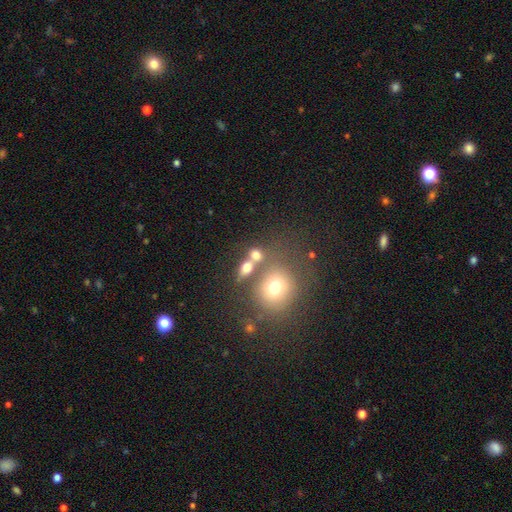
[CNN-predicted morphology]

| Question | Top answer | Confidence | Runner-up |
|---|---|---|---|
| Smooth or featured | smooth | 69% | featured or disk (15%) |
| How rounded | round | 55% | in between (42%) |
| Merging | none | 48% | merger (36%) |